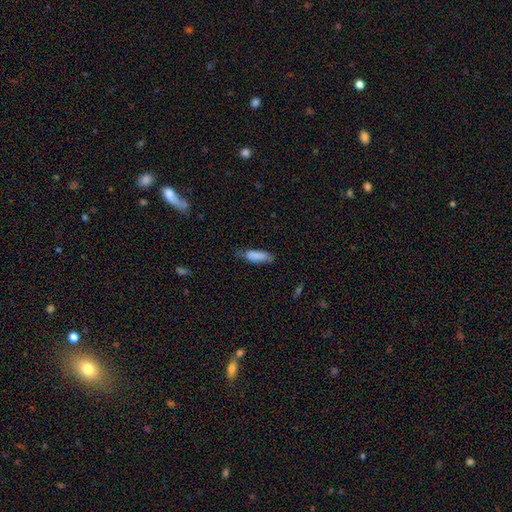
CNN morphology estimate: Smooth or featured? Predicted: smooth (p=0.83). How rounded? Predicted: in between (p=0.55). Merging? Predicted: none (p=0.61).